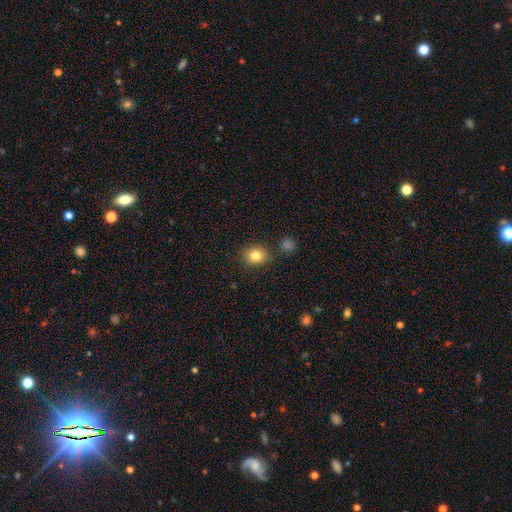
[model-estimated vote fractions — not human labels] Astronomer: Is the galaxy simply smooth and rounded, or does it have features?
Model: smooth — 82%.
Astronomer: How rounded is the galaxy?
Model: round — 66%.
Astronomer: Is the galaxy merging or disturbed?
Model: none — 83%.